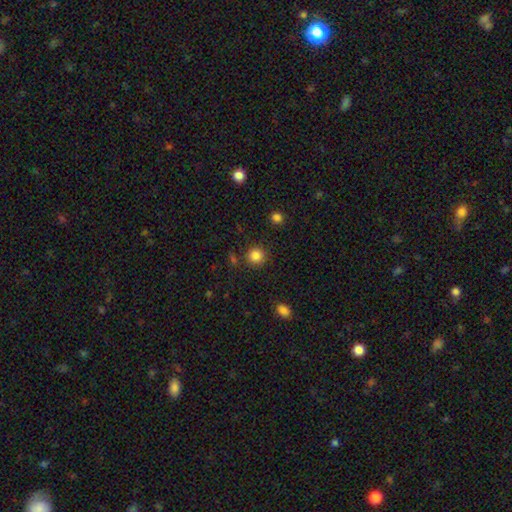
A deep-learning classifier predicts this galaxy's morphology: smooth_or_featured: smooth (p=0.84) [alt: star or artifact p=0.11]
how_rounded: round (p=0.93) [alt: in between p=0.06]
merging: none (p=0.86) [alt: minor disturbance p=0.07]